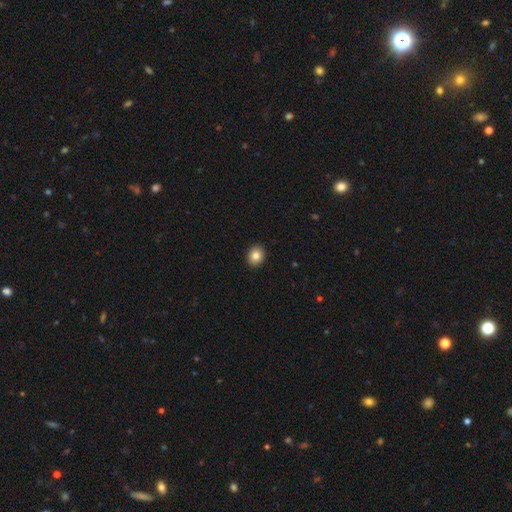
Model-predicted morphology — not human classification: type=smooth (83%); roundness=round (52%); merging=none (92%).